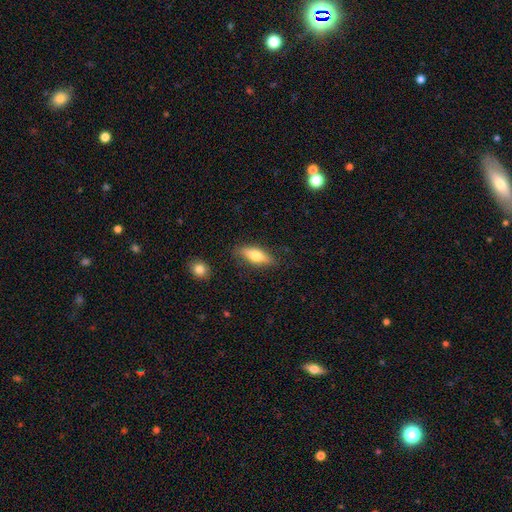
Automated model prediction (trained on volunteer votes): Smooth or featured? Predicted: smooth (p=0.62). How rounded? Predicted: in between (p=0.58). Merging? Predicted: none (p=0.83).